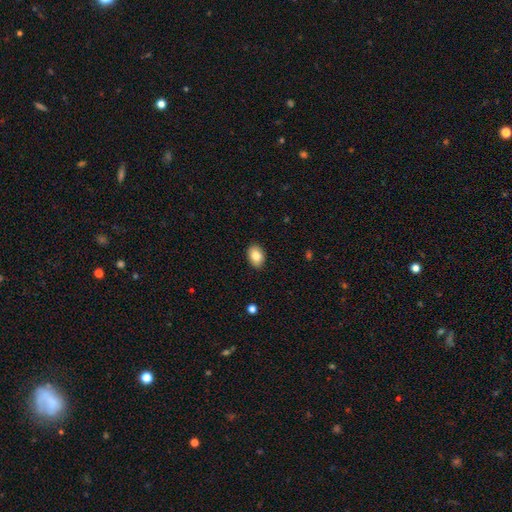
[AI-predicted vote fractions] Q: Smooth or featured?
A: smooth (85%); runner-up: featured or disk (8%)
Q: How rounded?
A: in between (82%); runner-up: round (17%)
Q: Merging?
A: none (89%); runner-up: minor disturbance (8%)